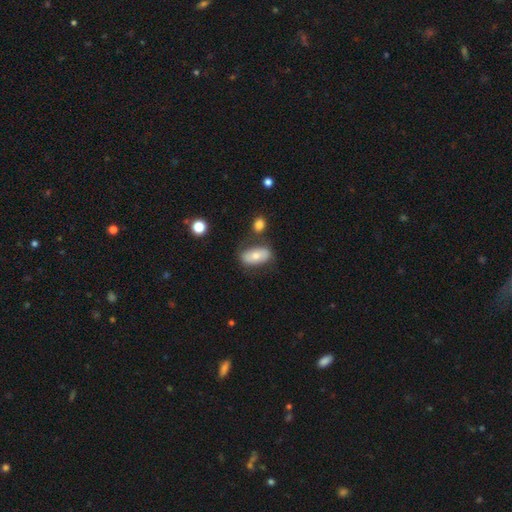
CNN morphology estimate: smooth 66%, featured or disk 27%, star or artifact 7%. Down the decision tree: how rounded — in between (91%); merging — none (67%).